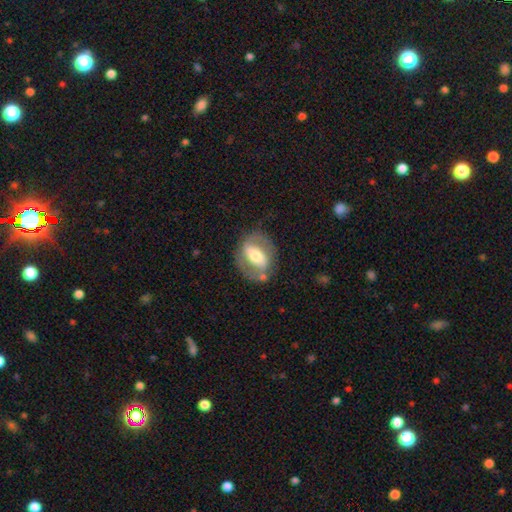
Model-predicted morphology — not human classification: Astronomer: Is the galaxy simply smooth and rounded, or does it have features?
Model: featured or disk — 64%.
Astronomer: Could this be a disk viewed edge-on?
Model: no — 93%.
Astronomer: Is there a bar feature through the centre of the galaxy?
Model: strong — 48% (runner-up: weak, 30%).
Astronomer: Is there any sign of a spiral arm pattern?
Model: yes — 59% (runner-up: no, 41%).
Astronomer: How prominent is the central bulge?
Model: moderate — 60%.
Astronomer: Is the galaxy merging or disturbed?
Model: none — 73%.